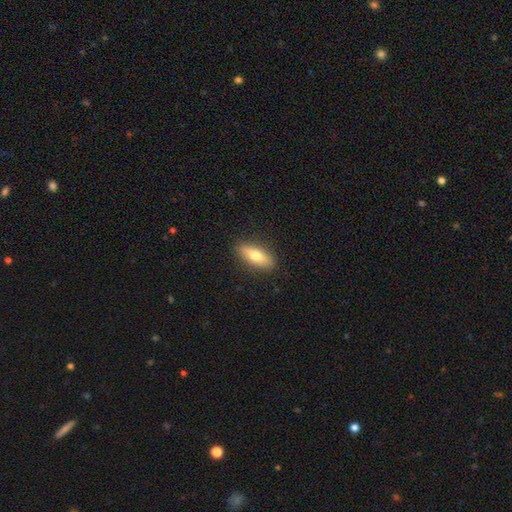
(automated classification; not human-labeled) A smooth galaxy with no disk features (66%) that is in between round and cigar-shaped (62%).

Vote fractions:
- Smooth or featured? smooth: 66% / featured or disk: 27% / star or artifact: 6%
- How rounded? in between: 62% / cigar-shaped: 35% / round: 3%
- Merging? none: 88% / minor disturbance: 9% / major disturbance: 2% / merger: 1%